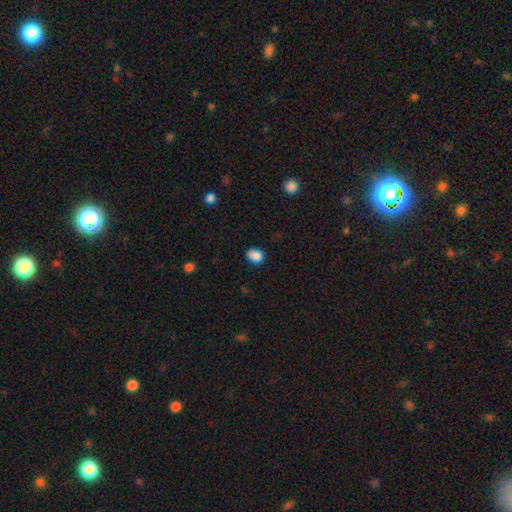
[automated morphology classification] smooth_or_featured: smooth (p=0.87) [alt: star or artifact p=0.09]
how_rounded: in between (p=0.54) [alt: round p=0.45]
merging: none (p=0.79) [alt: minor disturbance p=0.16]